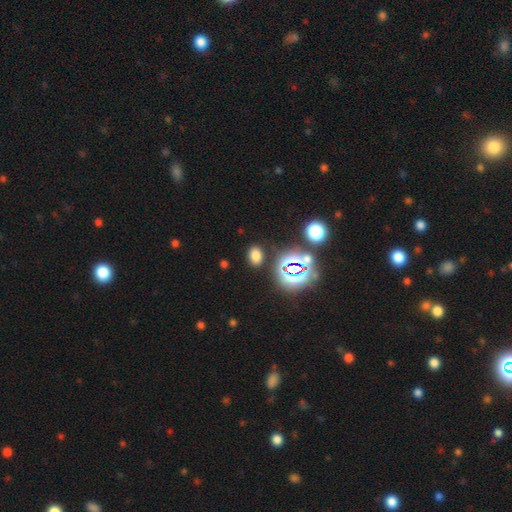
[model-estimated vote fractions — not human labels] A smooth galaxy with no disk features (67%) that is in between round and cigar-shaped (75%). Merging: none (85%).